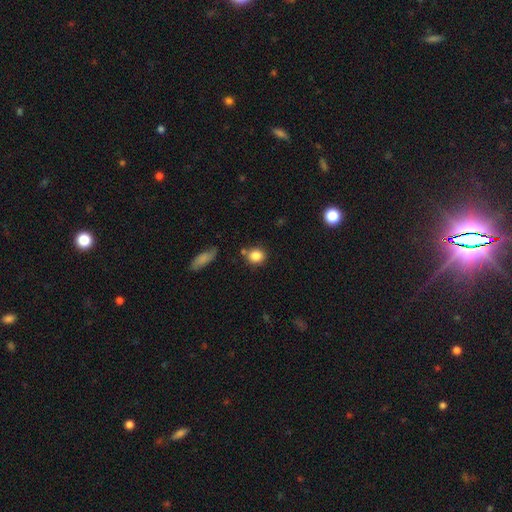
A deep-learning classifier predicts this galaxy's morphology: A smooth galaxy with no disk features (85%) that is round (74%).

Vote fractions:
- Smooth or featured? smooth: 85% / star or artifact: 9% / featured or disk: 5%
- How rounded? round: 74% / in between: 25% / cigar-shaped: 2%
- Merging? none: 75% / minor disturbance: 13% / merger: 9% / major disturbance: 4%